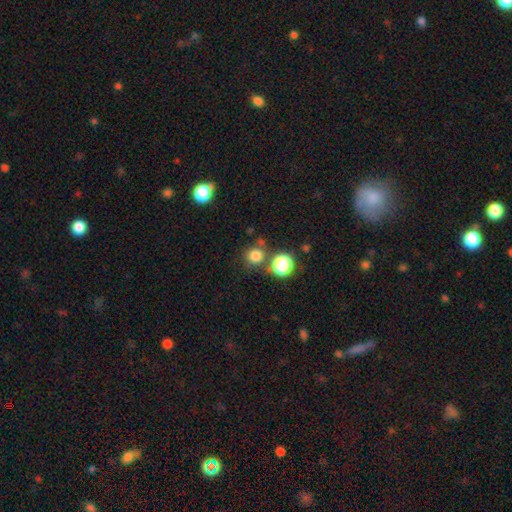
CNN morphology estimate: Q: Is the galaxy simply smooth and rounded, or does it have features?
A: smooth — 78%.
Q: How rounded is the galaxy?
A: round — 91%.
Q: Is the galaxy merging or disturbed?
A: none — 73%.